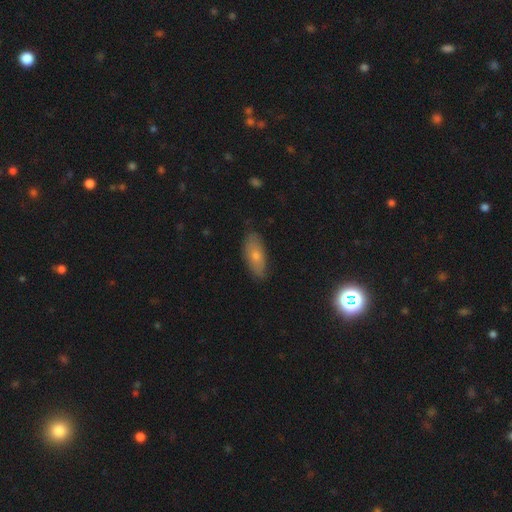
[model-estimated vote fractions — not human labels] Q: Smooth or featured?
A: smooth (70%); runner-up: featured or disk (23%)
Q: How rounded?
A: in between (83%); runner-up: cigar-shaped (14%)
Q: Merging?
A: none (79%); runner-up: minor disturbance (17%)